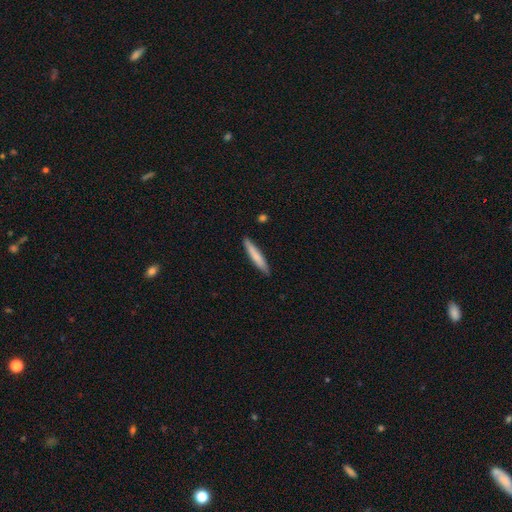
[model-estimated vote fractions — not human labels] Smooth or featured? Predicted: smooth (p=0.77). How rounded? Predicted: cigar-shaped (p=0.93). Merging? Predicted: none (p=0.88).